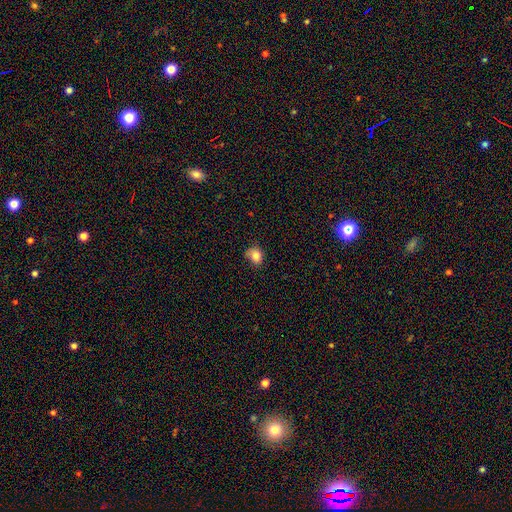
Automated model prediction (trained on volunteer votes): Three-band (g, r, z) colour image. It shows a smooth galaxy with no disk features (83%) that is round (59%). Merging: none (62%).